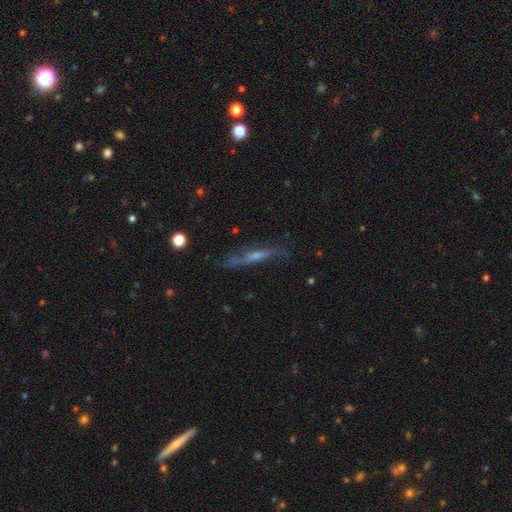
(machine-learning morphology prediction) This is likely a featured or disk galaxy (65%). It is likely viewed edge-on (78%). Edge-on bulge: possibly rounded (51%). Merging: likely none (70%).